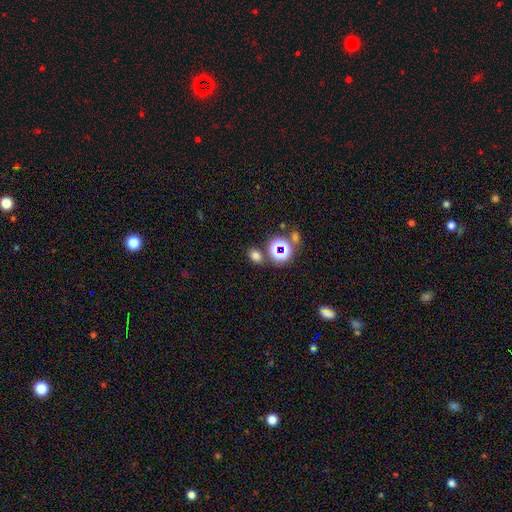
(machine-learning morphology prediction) The model was most divided on "how rounded": in between: 64%, round: 34%, cigar-shaped: 1%. More confident: merging — none (79%); smooth or featured — smooth (68%).